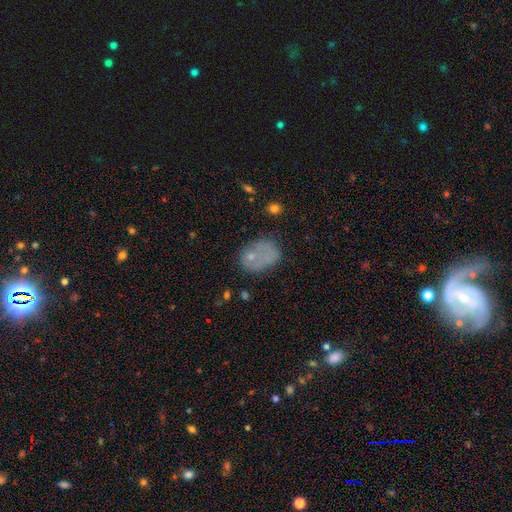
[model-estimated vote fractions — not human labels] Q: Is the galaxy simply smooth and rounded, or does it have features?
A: smooth — 59%.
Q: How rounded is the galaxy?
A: in between — 72%.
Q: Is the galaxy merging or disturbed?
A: none — 47%.